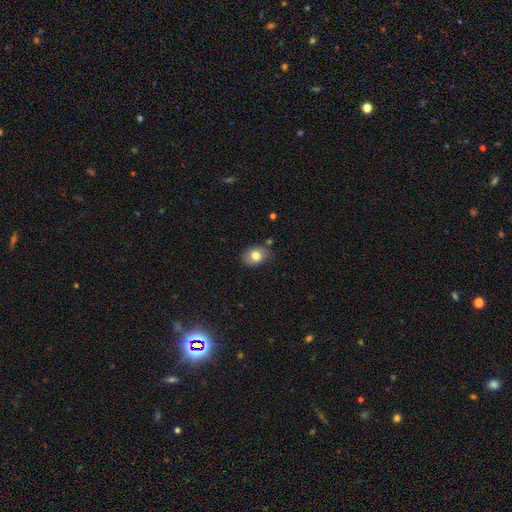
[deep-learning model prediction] A smooth galaxy with no disk features (79%) that is in between round and cigar-shaped (68%).

Vote fractions:
- Smooth or featured? smooth: 79% / featured or disk: 12% / star or artifact: 9%
- How rounded? in between: 68% / round: 31% / cigar-shaped: 1%
- Merging? none: 74% / minor disturbance: 20% / major disturbance: 4% / merger: 3%